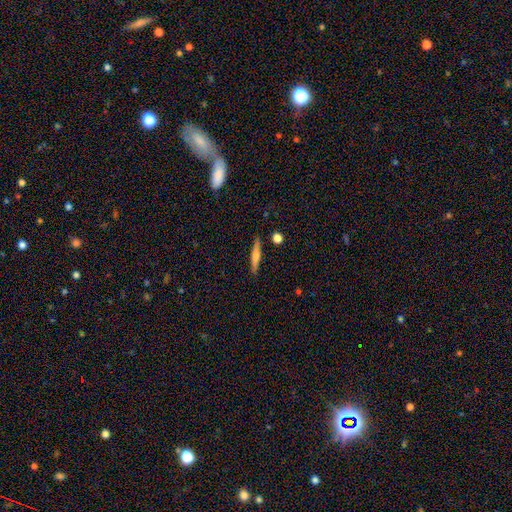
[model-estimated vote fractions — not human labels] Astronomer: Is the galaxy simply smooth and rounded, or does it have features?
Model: smooth — 48% (runner-up: featured or disk, 45%).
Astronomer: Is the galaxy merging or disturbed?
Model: none — 88%.